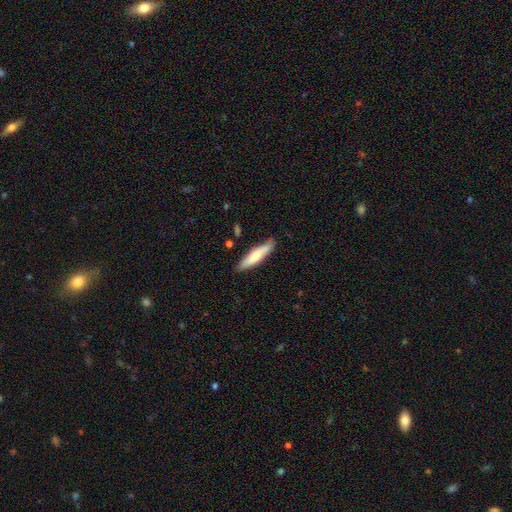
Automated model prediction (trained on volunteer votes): Smooth or featured? Predicted: smooth (p=0.65). How rounded? Predicted: cigar-shaped (p=0.79). Merging? Predicted: none (p=0.80).